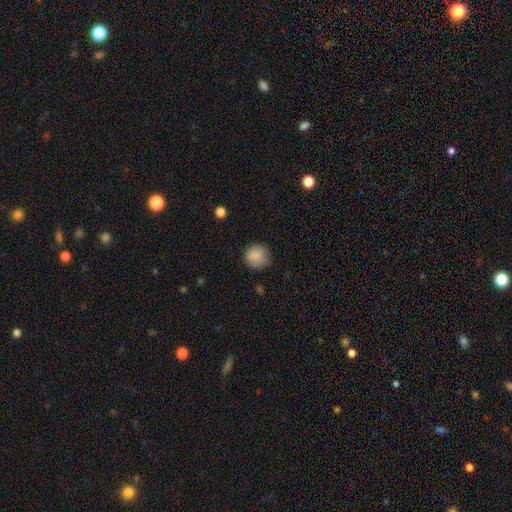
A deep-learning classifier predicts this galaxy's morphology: This is clearly a smooth galaxy (87%). How rounded: clearly round (90%). Merging: clearly none (81%).